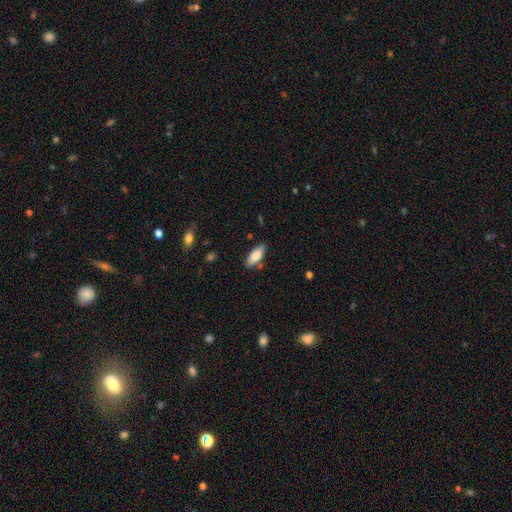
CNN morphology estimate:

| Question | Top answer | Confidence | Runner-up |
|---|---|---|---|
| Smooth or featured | smooth | 79% | featured or disk (15%) |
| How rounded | in between | 72% | cigar-shaped (26%) |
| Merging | none | 79% | minor disturbance (14%) |